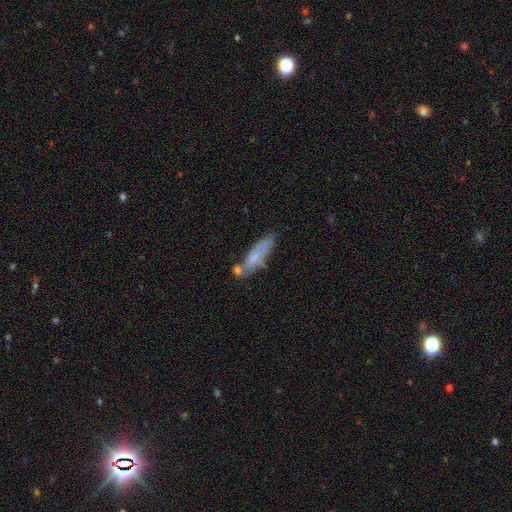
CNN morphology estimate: Overall: smooth (63%; featured or disk 29%). How rounded: cigar-shaped (73%). Merging: none (56%; minor disturbance 22%).